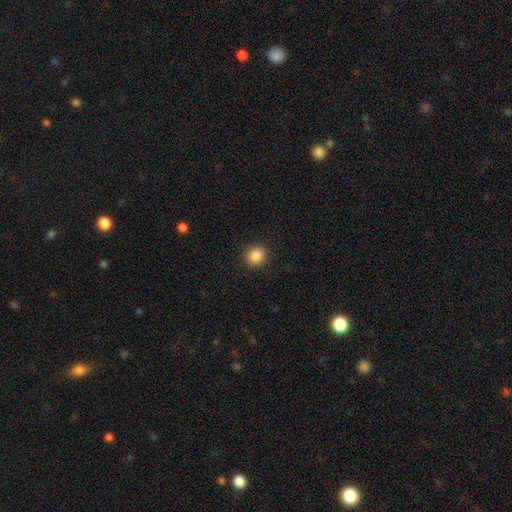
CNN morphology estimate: Q: Smooth or featured?
A: smooth (86%); runner-up: star or artifact (10%)
Q: How rounded?
A: round (88%); runner-up: in between (11%)
Q: Merging?
A: none (91%); runner-up: minor disturbance (6%)